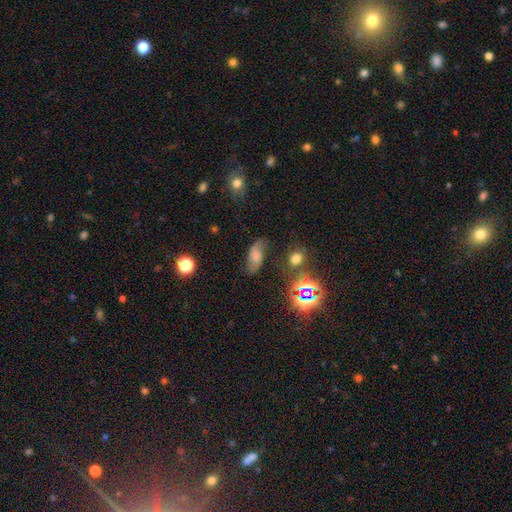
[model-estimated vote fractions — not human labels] smooth_or_featured: featured or disk (p=0.44) [alt: smooth p=0.40]
merging: none (p=0.67) [alt: minor disturbance p=0.21]